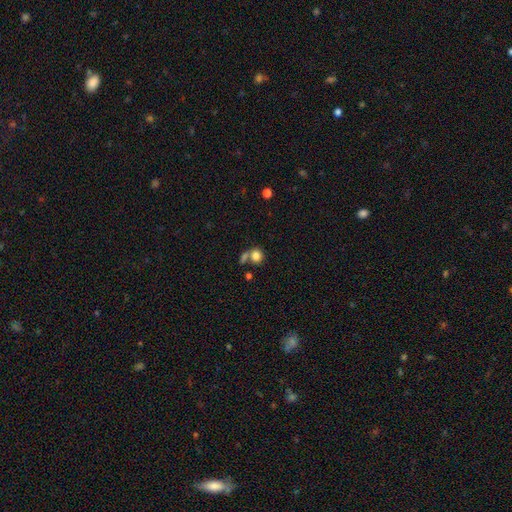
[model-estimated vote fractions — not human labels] Overall: smooth (80%). How rounded: round (74%). Merging: none (51%; merger 32%).